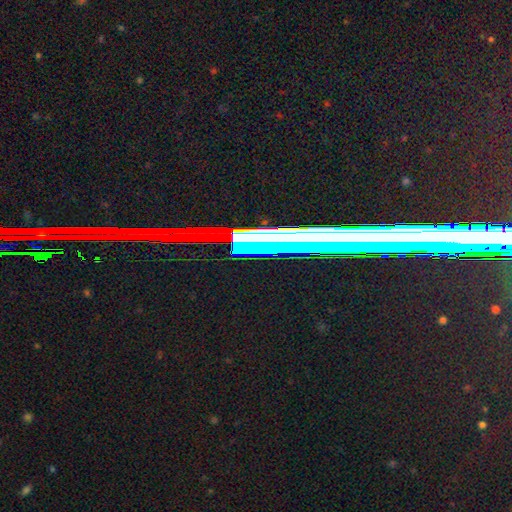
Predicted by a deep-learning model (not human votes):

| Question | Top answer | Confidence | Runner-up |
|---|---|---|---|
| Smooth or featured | star or artifact | 43% | featured or disk (36%) |